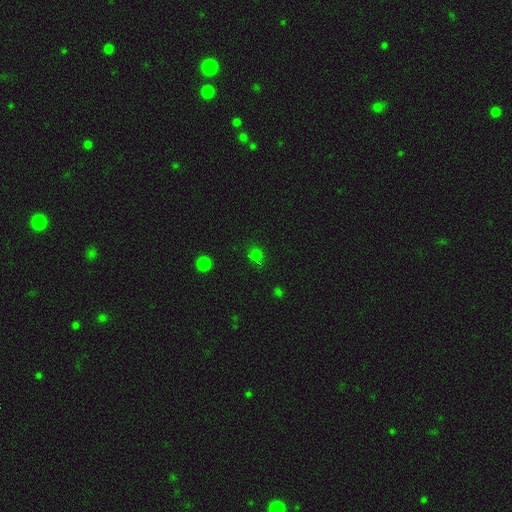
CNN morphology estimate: Smooth or featured? Predicted: star or artifact (p=0.50).